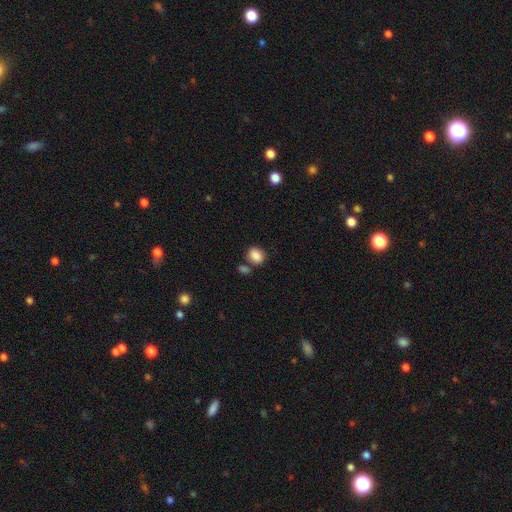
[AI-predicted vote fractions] smooth-or-featured: smooth: 87% | star or artifact: 9% | featured or disk: 5%
  how-rounded: round: 51% | in between: 48% | cigar-shaped: 1%
  merging: none: 66% | merger: 17% | minor disturbance: 13% | major disturbance: 4%